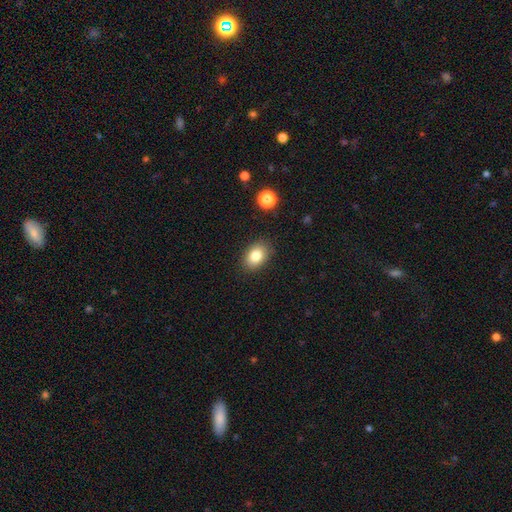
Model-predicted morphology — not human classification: Q: Smooth or featured?
A: smooth (83%); runner-up: star or artifact (9%)
Q: How rounded?
A: in between (78%); runner-up: round (21%)
Q: Merging?
A: none (87%); runner-up: minor disturbance (10%)